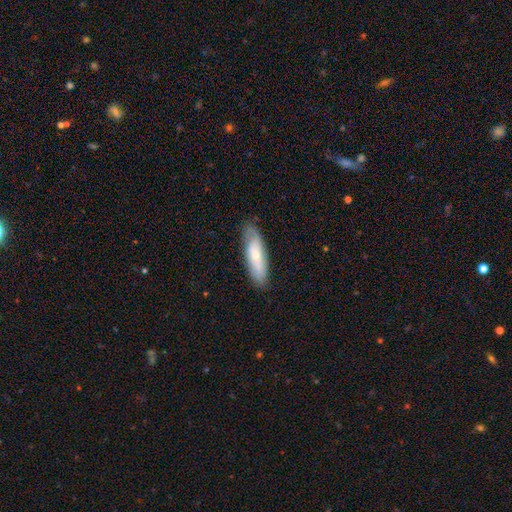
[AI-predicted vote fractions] A smooth galaxy with no disk features (54%) that is cigar-shaped (54%). Merging: none (78%).